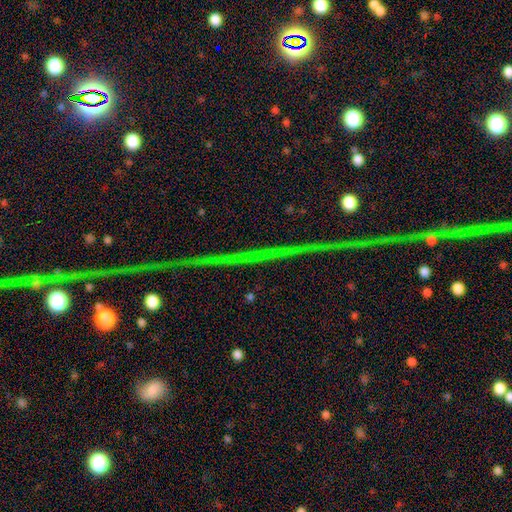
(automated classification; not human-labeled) star or artifact 79%, featured or disk 12%, smooth 9%.